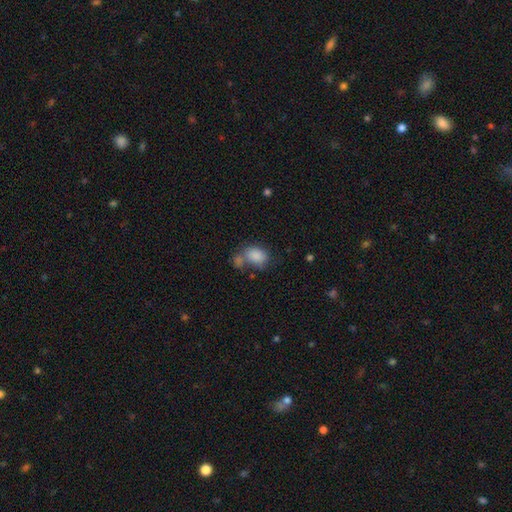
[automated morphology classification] Smooth or featured?
  - smooth: 83% *
  - star or artifact: 8%
  - featured or disk: 8%
How rounded?
  - in between: 75% *
  - round: 23%
  - cigar-shaped: 1%
Merging?
  - merger: 38% *
  - none: 36%
  - minor disturbance: 16%
  - major disturbance: 10%